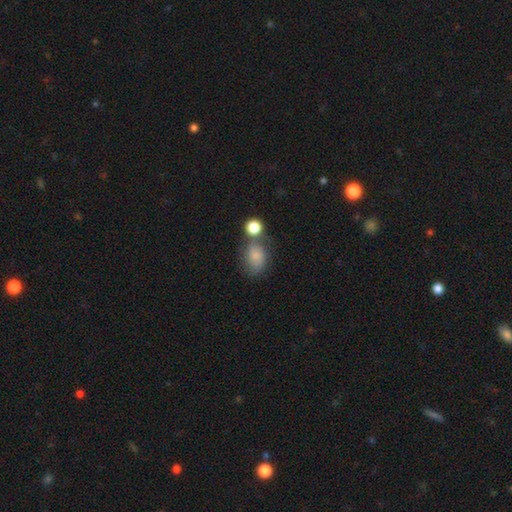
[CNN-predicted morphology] Q: Smooth or featured?
A: smooth (77%); runner-up: featured or disk (13%)
Q: How rounded?
A: in between (65%); runner-up: round (33%)
Q: Merging?
A: none (42%); runner-up: merger (27%)